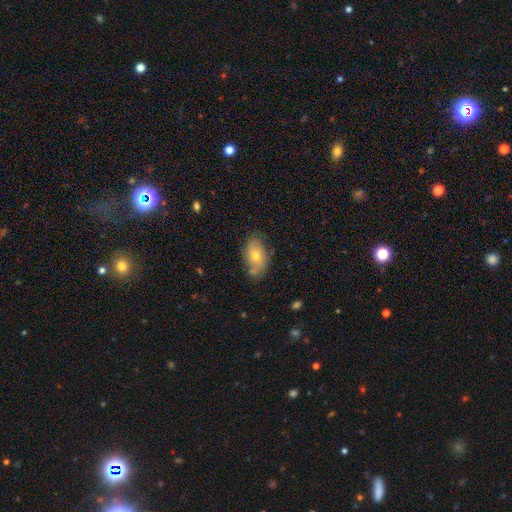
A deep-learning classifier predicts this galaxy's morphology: type=smooth (60%); roundness=in between (90%); merging=none (68%).